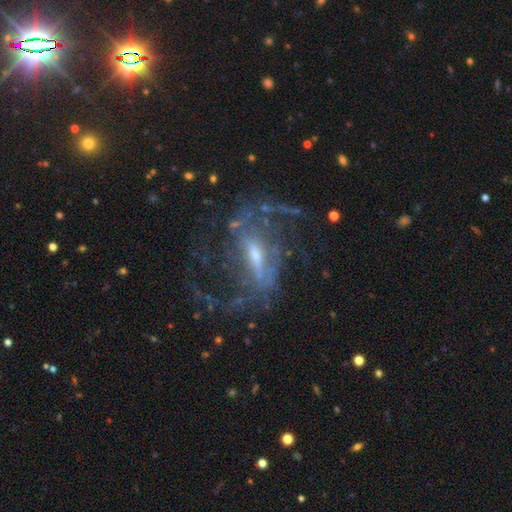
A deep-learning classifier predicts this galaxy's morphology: The model was most divided on "bulge size": small: 50%, moderate: 40%, none: 4%, large: 4%, dominant: 1%. Remaining: edge-on disk — no (86%); smooth or featured — featured or disk (83%); spiral arms — yes (82%); spiral arm count — 2 (61%); spiral winding — loose (54%); merging — none (50%); bar — strong (49%).